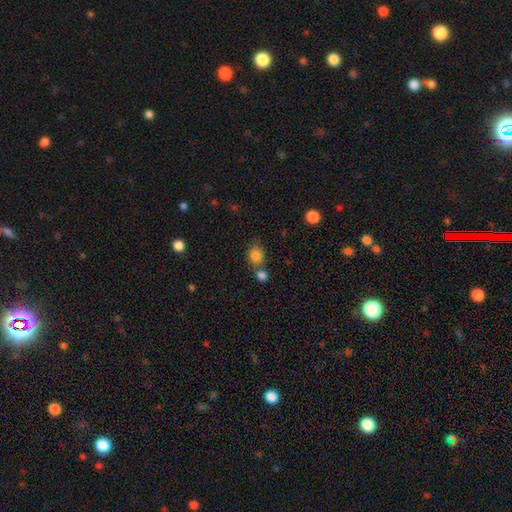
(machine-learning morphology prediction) type=smooth (84%); roundness=round (57%); merging=none (56%).